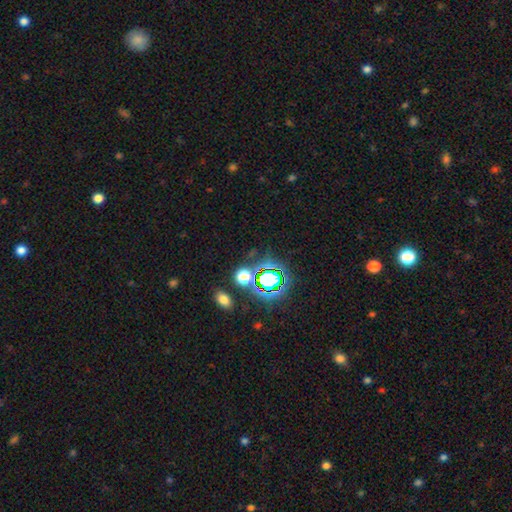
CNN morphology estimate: This appears to be a star or artifact, not a galaxy (75%).